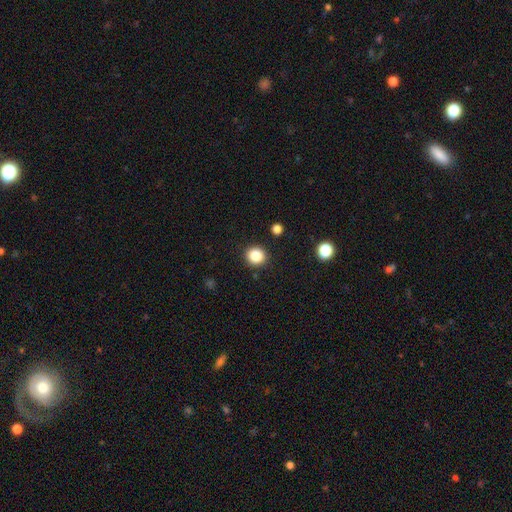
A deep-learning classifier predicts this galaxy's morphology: Q: Smooth or featured?
A: smooth (86%); runner-up: star or artifact (10%)
Q: How rounded?
A: round (88%); runner-up: in between (11%)
Q: Merging?
A: none (90%); runner-up: minor disturbance (6%)